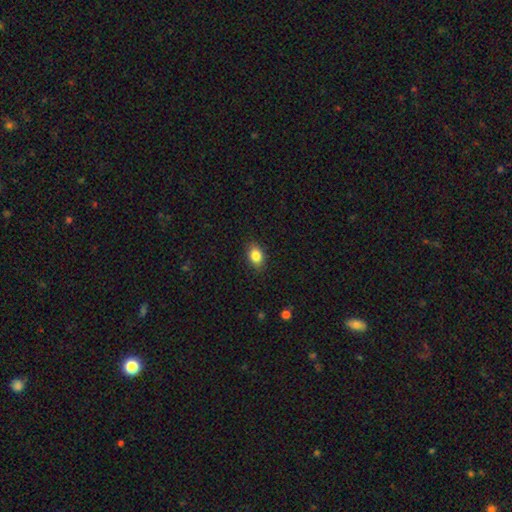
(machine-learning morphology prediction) smooth_or_featured: smooth (p=0.85) [alt: star or artifact p=0.09]
how_rounded: in between (p=0.79) [alt: round p=0.20]
merging: none (p=0.87) [alt: minor disturbance p=0.10]